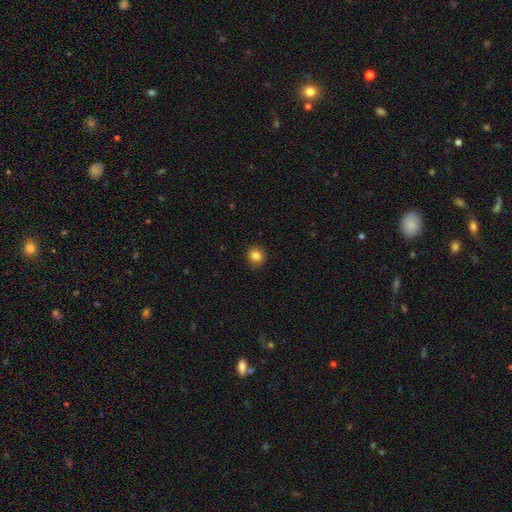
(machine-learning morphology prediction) A smooth galaxy with no disk features (85%) that is round (85%).

Vote fractions:
- Smooth or featured? smooth: 85% / star or artifact: 10% / featured or disk: 5%
- How rounded? round: 85% / in between: 14% / cigar-shaped: 1%
- Merging? none: 90% / minor disturbance: 7% / major disturbance: 2% / merger: 1%